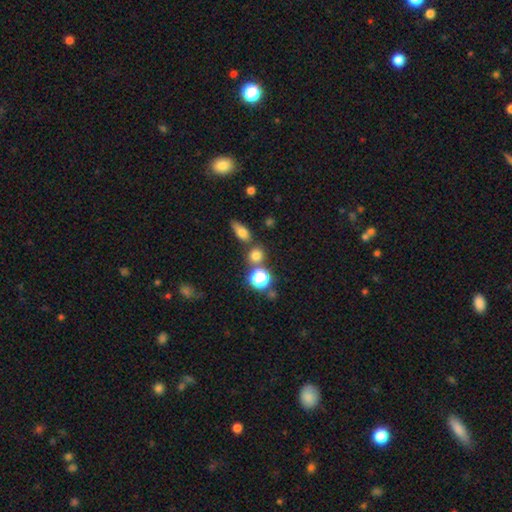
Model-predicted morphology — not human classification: smooth 72%, star or artifact 21%, featured or disk 7%. Down the decision tree: how rounded — round (76%); merging — none (67%).